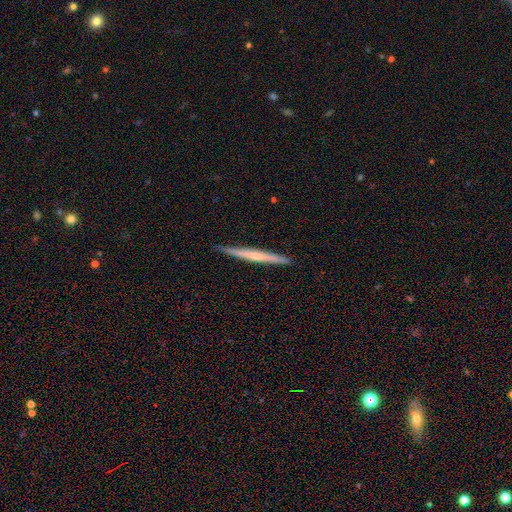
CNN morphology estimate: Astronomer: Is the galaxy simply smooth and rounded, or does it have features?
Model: featured or disk — 57% (runner-up: smooth, 38%).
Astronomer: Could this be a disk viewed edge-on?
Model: yes — 98%.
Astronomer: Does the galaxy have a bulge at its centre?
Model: none — 59% (runner-up: rounded, 34%).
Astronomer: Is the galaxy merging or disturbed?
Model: none — 91%.